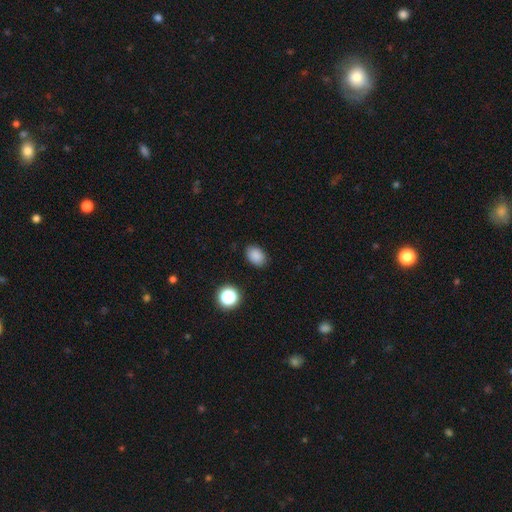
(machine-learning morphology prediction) This appears to be a smooth galaxy with no disk features (86%) that is in between round and cigar-shaped (78%). Merging: none (86%).